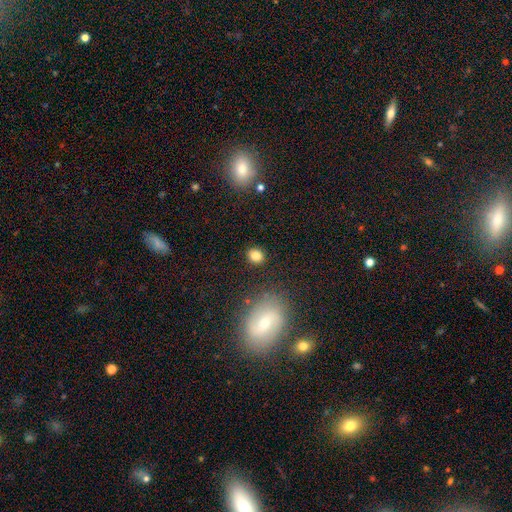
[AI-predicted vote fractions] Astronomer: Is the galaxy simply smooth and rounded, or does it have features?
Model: smooth — 83%.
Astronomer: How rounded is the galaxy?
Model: round — 64%.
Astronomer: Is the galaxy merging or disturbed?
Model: none — 86%.